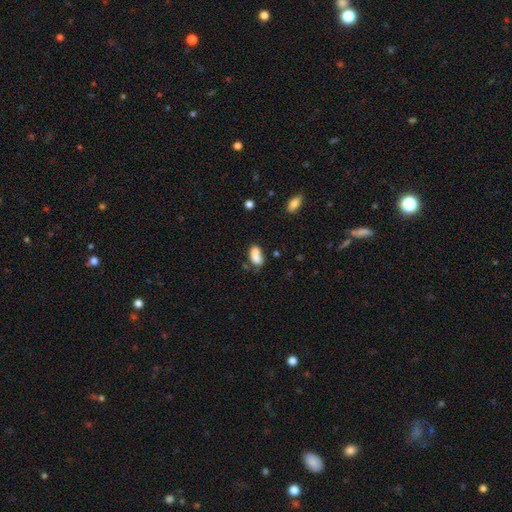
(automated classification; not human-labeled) This is likely a smooth galaxy (79%). How rounded: clearly in between (88%). Merging: marginally none (41%).